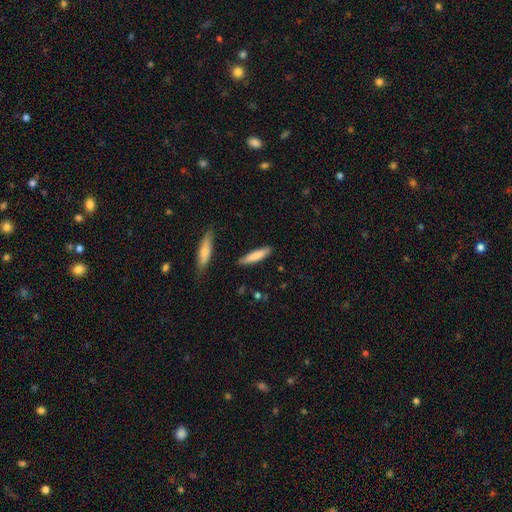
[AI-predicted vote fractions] Smooth or featured: smooth — 80% (featured or disk — 15%)
How rounded: cigar-shaped — 80% (in between — 19%)
Merging: none — 85% (minor disturbance — 10%)